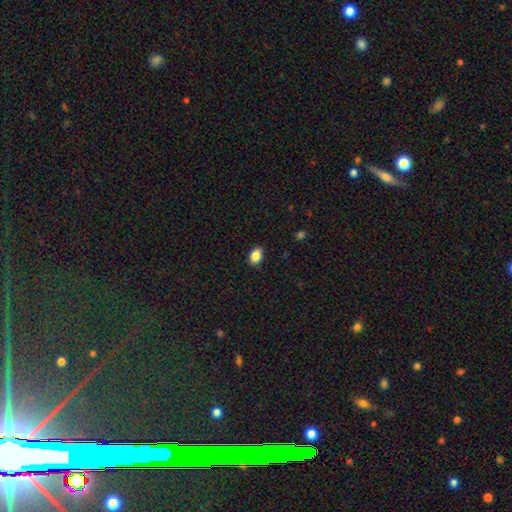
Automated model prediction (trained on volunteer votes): Q: Smooth or featured?
A: smooth (86%); runner-up: star or artifact (9%)
Q: How rounded?
A: in between (80%); runner-up: round (19%)
Q: Merging?
A: none (88%); runner-up: minor disturbance (9%)